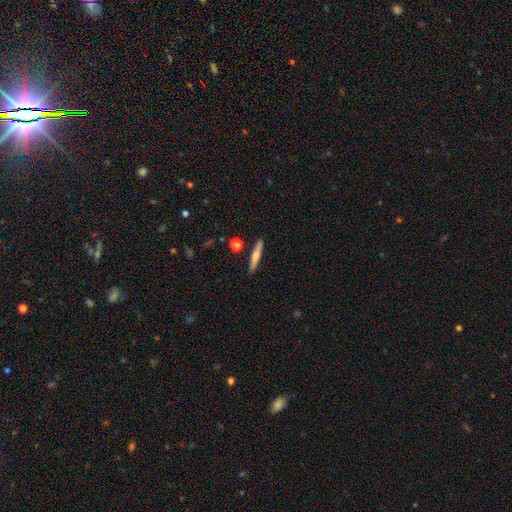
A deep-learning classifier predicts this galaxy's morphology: This is likely a smooth galaxy (66%). How rounded: clearly cigar-shaped (92%). Merging: clearly none (88%).